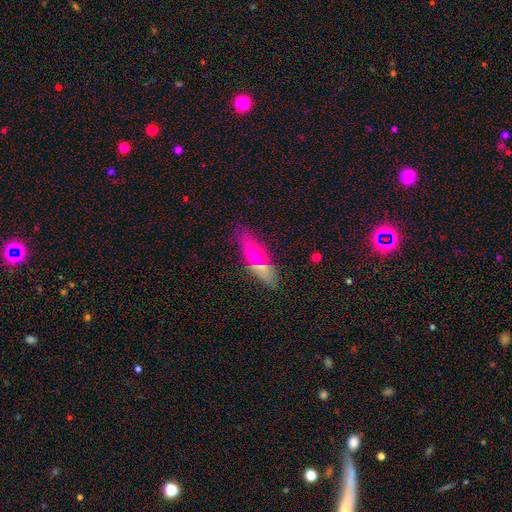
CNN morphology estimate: The model was most divided on "how rounded": cigar-shaped: 57%, in between: 37%, round: 5%. More confident: merging — none (77%); smooth or featured — smooth (55%).